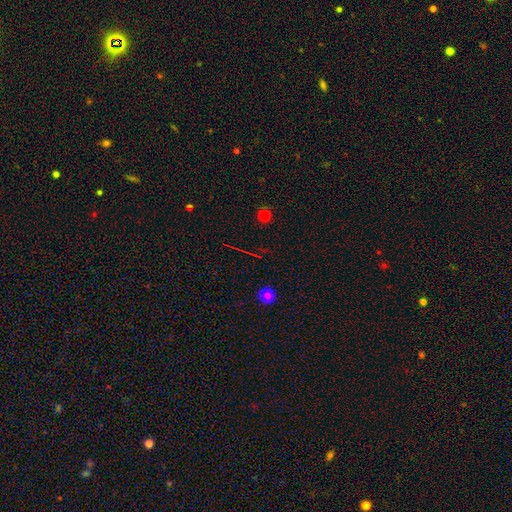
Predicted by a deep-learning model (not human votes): Smooth or featured?
  - star or artifact: 58% *
  - smooth: 30%
  - featured or disk: 12%